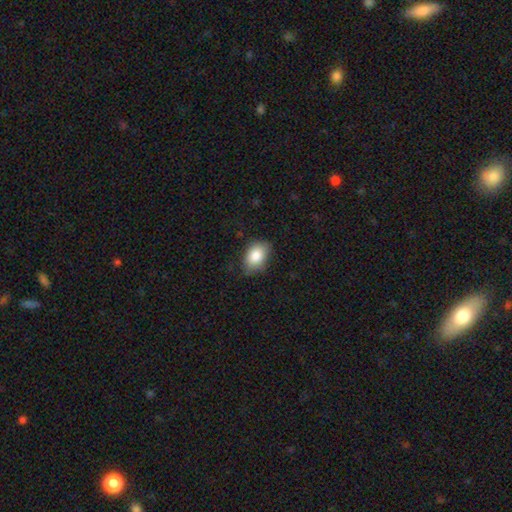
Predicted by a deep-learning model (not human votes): Smooth or featured? smooth (84%)
How rounded? in between (83%)
Merging? none (72%)